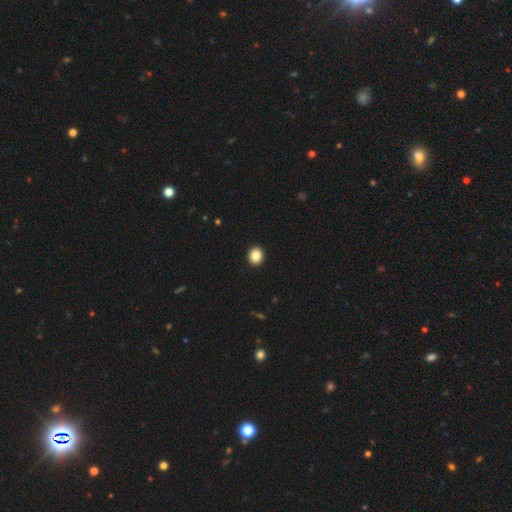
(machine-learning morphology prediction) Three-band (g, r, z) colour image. It shows a smooth galaxy with no disk features (86%) that is round (75%). Merging: none (93%).